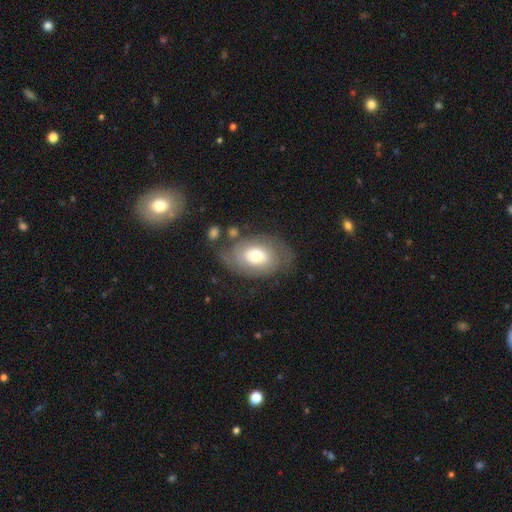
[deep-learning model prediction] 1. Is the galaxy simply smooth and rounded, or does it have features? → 49% smooth, 43% featured or disk, 7% star or artifact.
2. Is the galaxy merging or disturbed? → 58% none, 22% minor disturbance, 14% major disturbance, 6% merger.